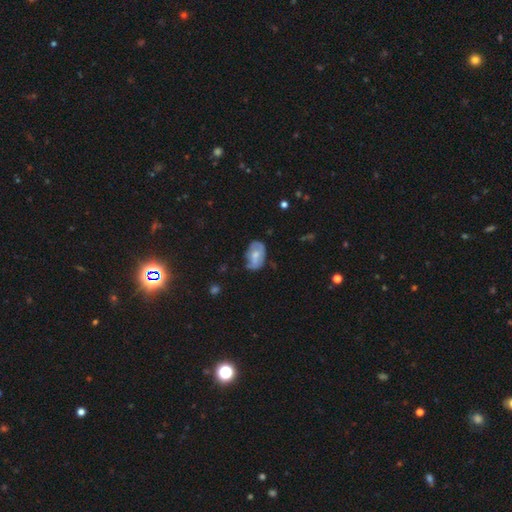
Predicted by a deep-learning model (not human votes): This appears to be a smooth galaxy with no disk features (48%). Merging: none (52%).